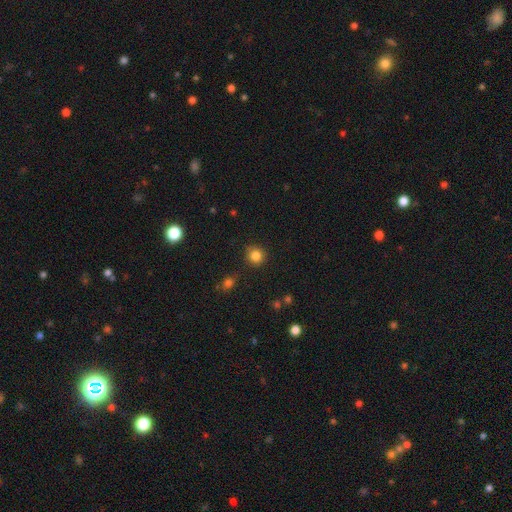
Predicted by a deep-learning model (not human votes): Morphology: type=smooth (83%); roundness=round (92%); merging=none (86%).